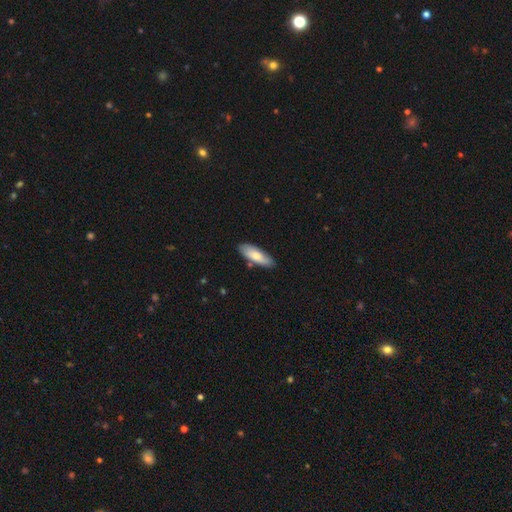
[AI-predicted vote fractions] smooth 75%, featured or disk 20%, star or artifact 5%. Down the decision tree: how rounded — in between (61%); merging — none (82%).